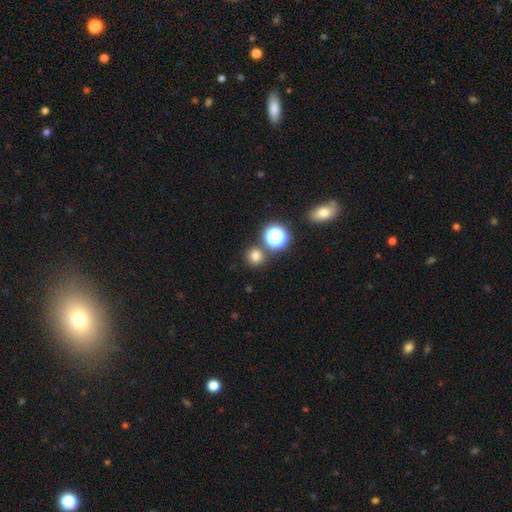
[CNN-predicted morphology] A smooth galaxy with no disk features (74%) that is round (91%). Merging: none (80%).